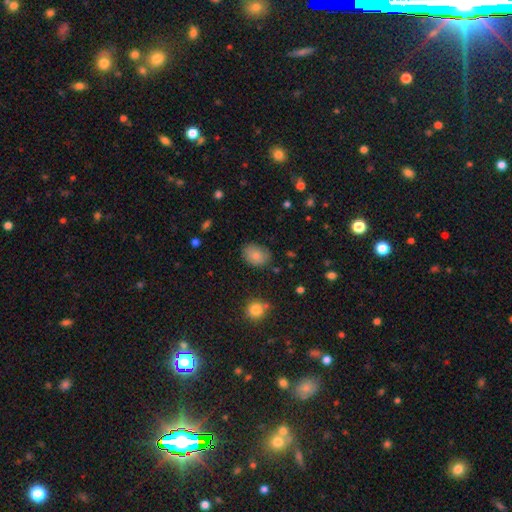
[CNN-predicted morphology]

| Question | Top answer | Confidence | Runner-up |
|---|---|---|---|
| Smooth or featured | smooth | 82% | featured or disk (10%) |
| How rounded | in between | 68% | round (31%) |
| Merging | none | 76% | minor disturbance (18%) |